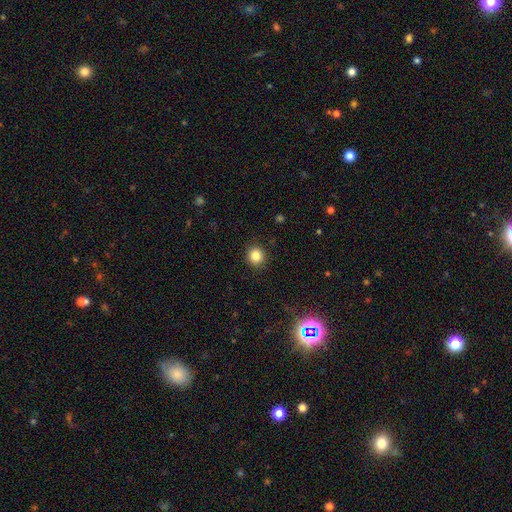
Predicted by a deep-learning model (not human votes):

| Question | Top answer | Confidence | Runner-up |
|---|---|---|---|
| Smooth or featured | smooth | 84% | star or artifact (11%) |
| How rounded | round | 89% | in between (10%) |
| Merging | none | 91% | minor disturbance (6%) |